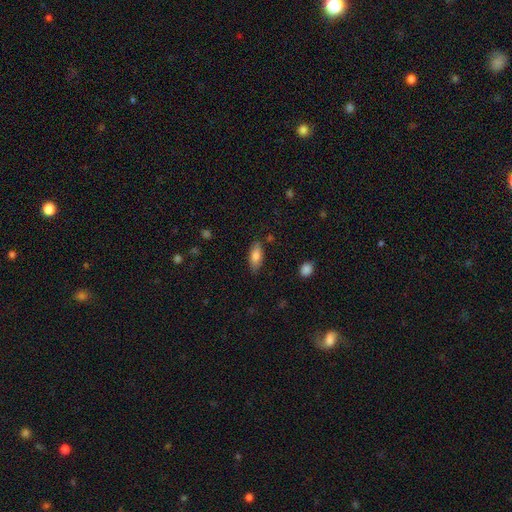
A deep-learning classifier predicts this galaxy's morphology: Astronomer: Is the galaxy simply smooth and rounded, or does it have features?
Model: smooth — 80%.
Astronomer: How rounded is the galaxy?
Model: in between — 82%.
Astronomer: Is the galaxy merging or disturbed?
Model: none — 79%.